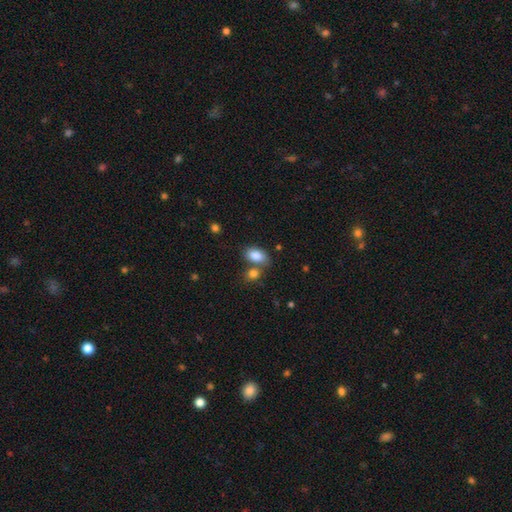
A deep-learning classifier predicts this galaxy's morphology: Smooth or featured?
  - smooth: 86% *
  - star or artifact: 8%
  - featured or disk: 7%
How rounded?
  - in between: 89% *
  - round: 10%
  - cigar-shaped: 2%
Merging?
  - none: 56% *
  - merger: 26%
  - minor disturbance: 13%
  - major disturbance: 4%